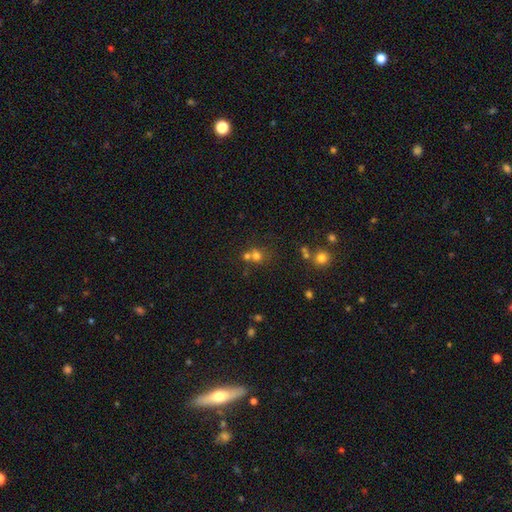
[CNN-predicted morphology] smooth 67%, star or artifact 20%, featured or disk 12%. Down the decision tree: how rounded — round (81%); merging — none (45%).